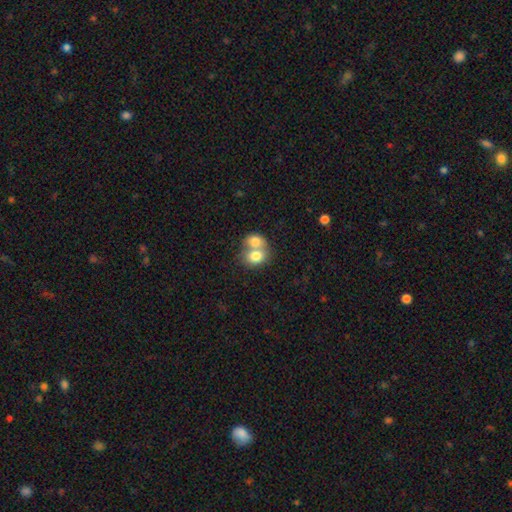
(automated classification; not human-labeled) smooth_or_featured: smooth (p=0.77) [alt: featured or disk p=0.16]
how_rounded: round (p=0.51) [alt: in between p=0.48]
merging: merger (p=0.71) [alt: none p=0.21]